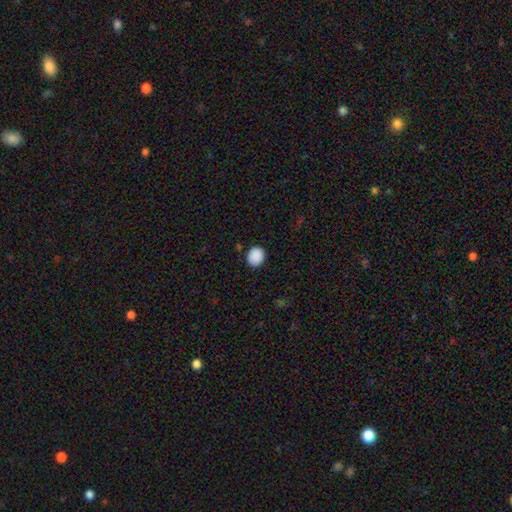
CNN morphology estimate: This appears to be a smooth galaxy with no disk features (89%) that is round (75%). Merging: none (88%).